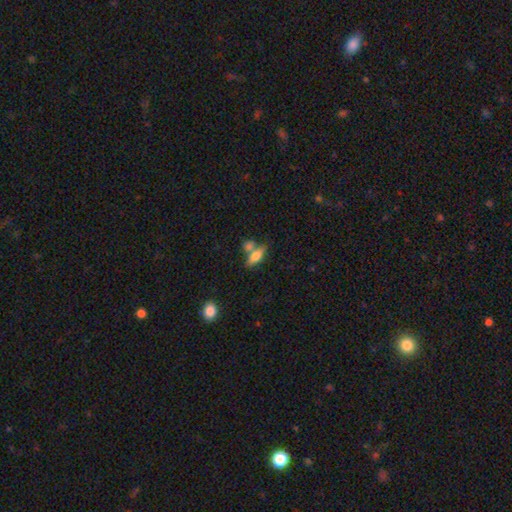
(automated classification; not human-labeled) The model was most divided on "merging": none: 48%, merger: 34%, minor disturbance: 12%, major disturbance: 5%. More confident: how rounded — in between (69%); smooth or featured — smooth (67%).